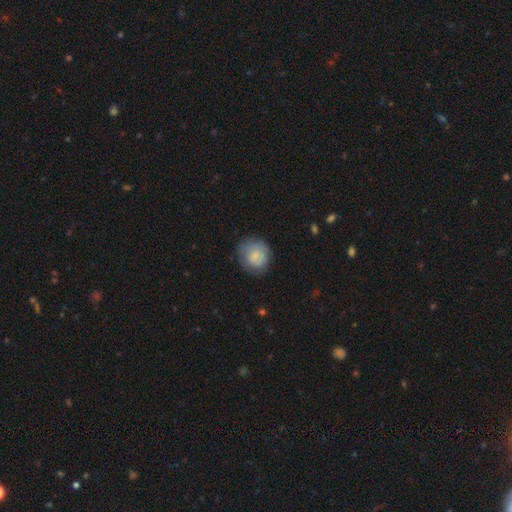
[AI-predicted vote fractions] This appears to be a smooth galaxy with no disk features (73%) that is round (84%). Merging: none (72%).